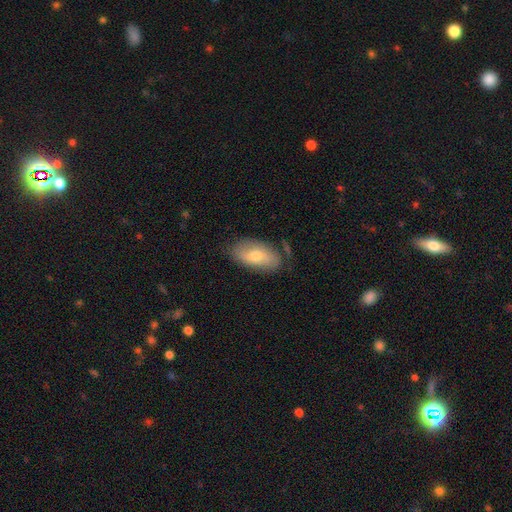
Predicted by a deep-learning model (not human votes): The model was most divided on "smooth or featured": smooth: 66%, featured or disk: 27%, star or artifact: 7%. More confident: how rounded — in between (92%); merging — none (73%).